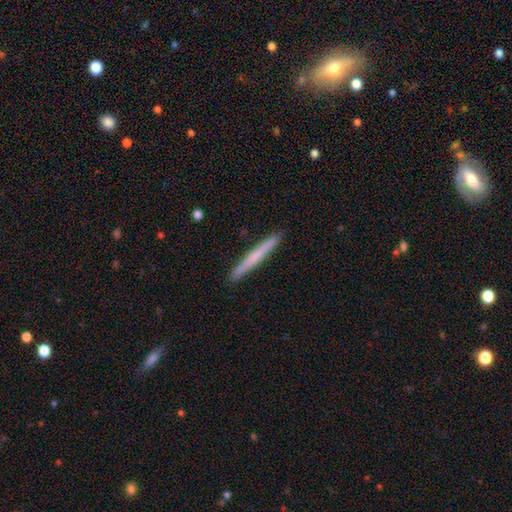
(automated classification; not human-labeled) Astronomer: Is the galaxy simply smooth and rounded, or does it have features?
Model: smooth — 59% (runner-up: featured or disk, 36%).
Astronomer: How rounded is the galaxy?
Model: cigar-shaped — 97%.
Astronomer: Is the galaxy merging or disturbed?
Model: none — 93%.